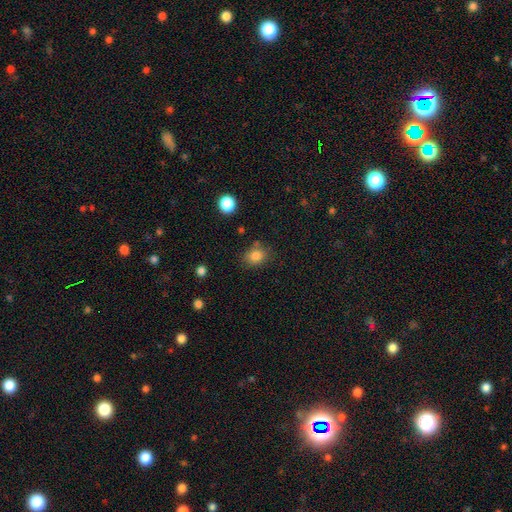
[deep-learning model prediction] Smooth or featured? smooth (83%)
How rounded? in between (53%)
Merging? none (74%)